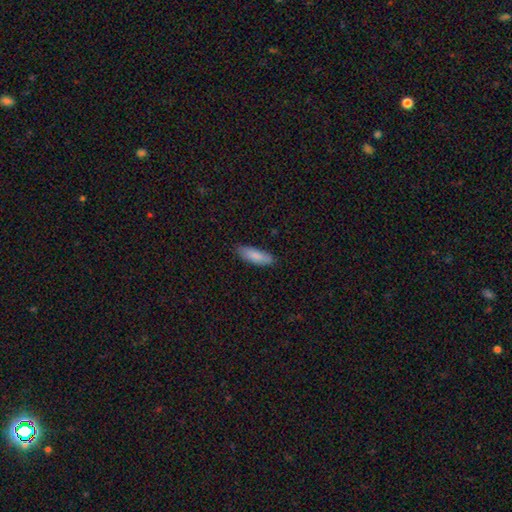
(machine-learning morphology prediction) smooth 85%, featured or disk 9%, star or artifact 6%. Down the decision tree: how rounded — in between (53%); merging — none (82%).